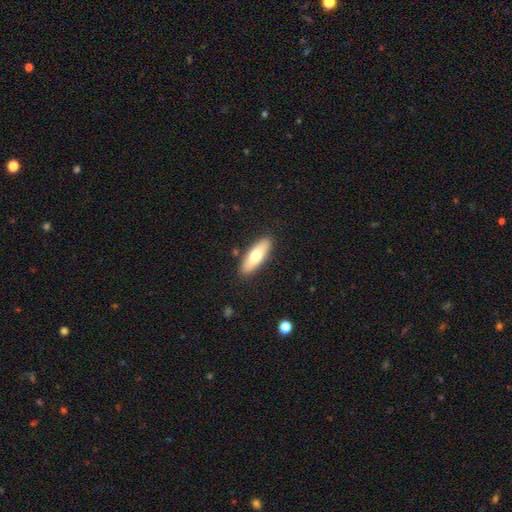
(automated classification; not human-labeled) A smooth galaxy with no disk features (68%) that is in between round and cigar-shaped (59%). Merging: none (88%).